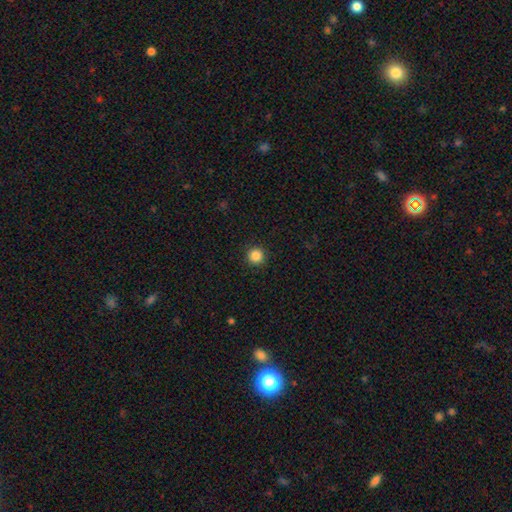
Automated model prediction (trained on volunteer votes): This appears to be a smooth galaxy with no disk features (86%) that is round (96%). Merging: none (93%).